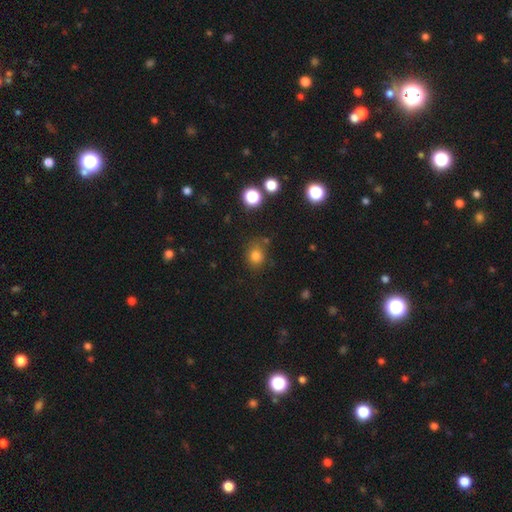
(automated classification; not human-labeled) Smooth or featured? smooth (79%)
How rounded? round (73%)
Merging? none (73%)